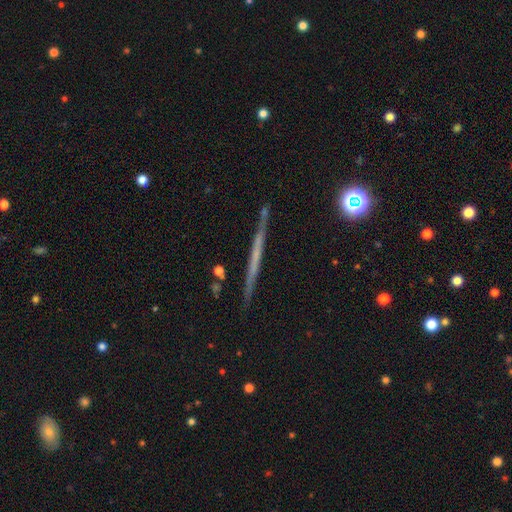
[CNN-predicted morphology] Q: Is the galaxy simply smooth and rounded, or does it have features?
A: featured or disk — 59%.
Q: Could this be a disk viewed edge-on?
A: yes — 97%.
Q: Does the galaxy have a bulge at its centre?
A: none — 89%.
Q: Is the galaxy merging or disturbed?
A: none — 89%.